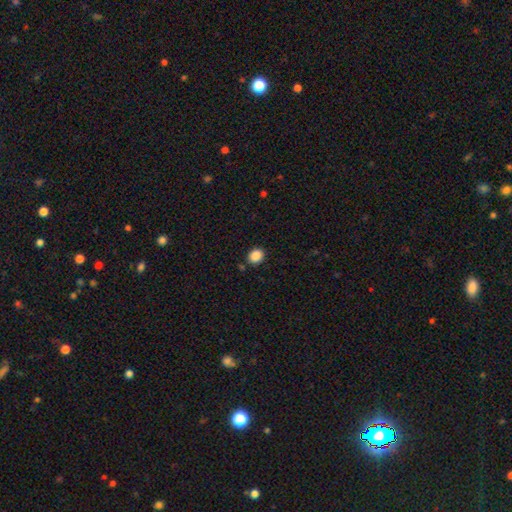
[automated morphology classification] This is clearly a smooth galaxy (88%). How rounded: likely round (68%). Merging: clearly none (87%).